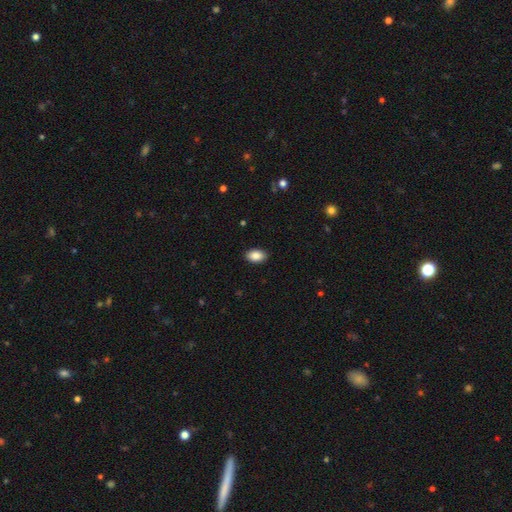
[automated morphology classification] smooth_or_featured: smooth (p=0.88) [alt: star or artifact p=0.07]
how_rounded: in between (p=0.92) [alt: round p=0.06]
merging: none (p=0.90) [alt: minor disturbance p=0.07]